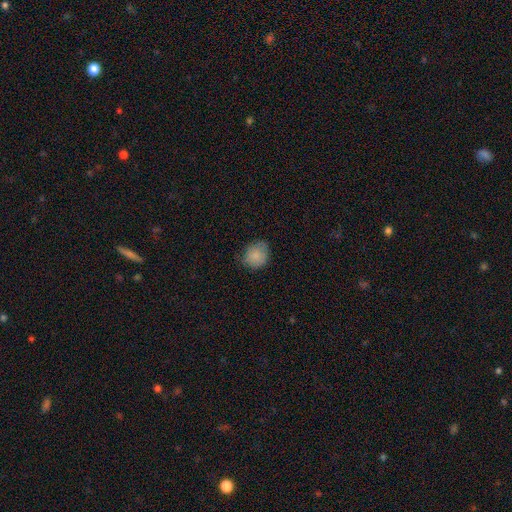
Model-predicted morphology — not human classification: A smooth galaxy with no disk features (84%) that is round (69%). Merging: none (70%).